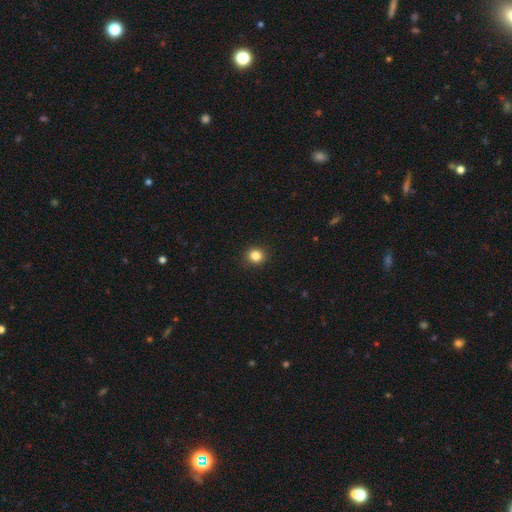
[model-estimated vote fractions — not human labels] Q: Smooth or featured?
A: smooth (85%); runner-up: star or artifact (11%)
Q: How rounded?
A: round (86%); runner-up: in between (14%)
Q: Merging?
A: none (92%); runner-up: minor disturbance (6%)